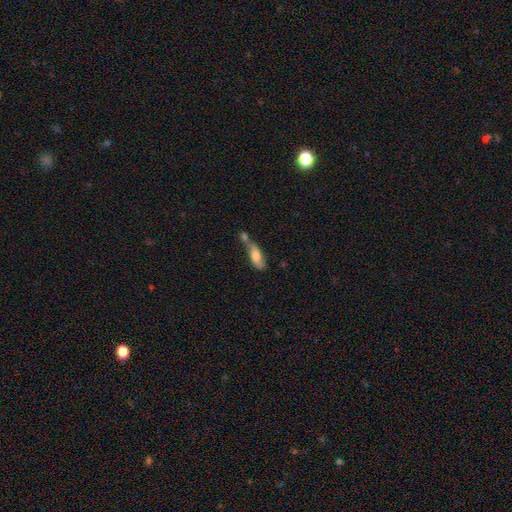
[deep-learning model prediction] Morphology: type=smooth (60%); roundness=in between (64%); merging=merger (44%).